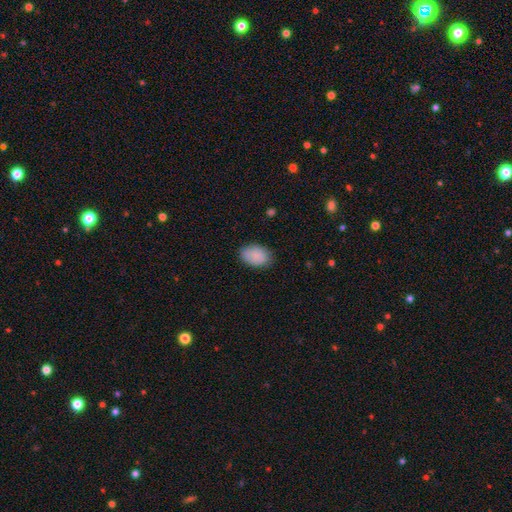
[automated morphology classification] smooth-or-featured: smooth: 88% | star or artifact: 7% | featured or disk: 6%
  how-rounded: in between: 84% | round: 15% | cigar-shaped: 1%
  merging: none: 81% | minor disturbance: 15% | major disturbance: 3% | merger: 1%